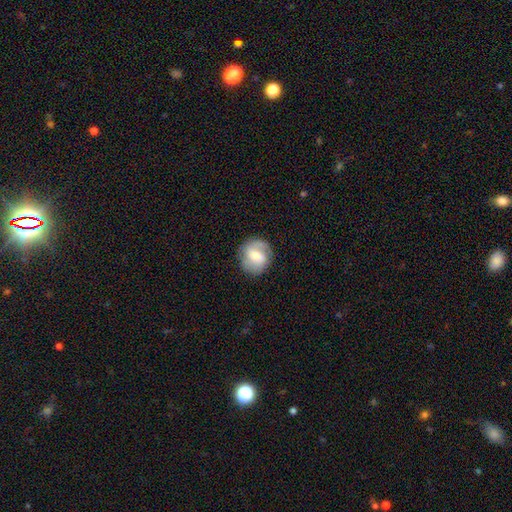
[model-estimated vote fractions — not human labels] Q: Smooth or featured?
A: featured or disk (47%); runner-up: smooth (46%)
Q: Merging?
A: none (79%); runner-up: minor disturbance (15%)